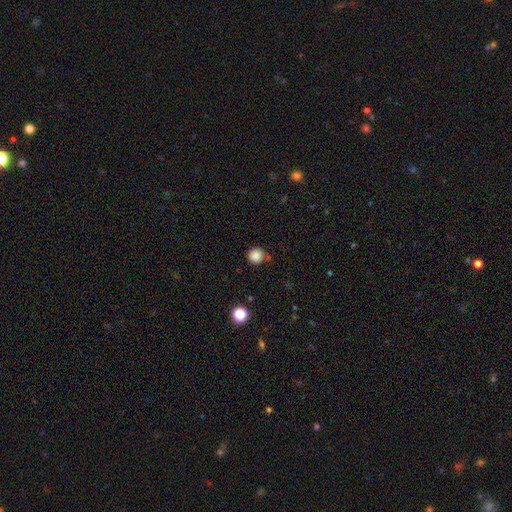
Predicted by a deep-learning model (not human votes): This is clearly a smooth galaxy (86%). How rounded: clearly round (93%). Merging: clearly none (81%).